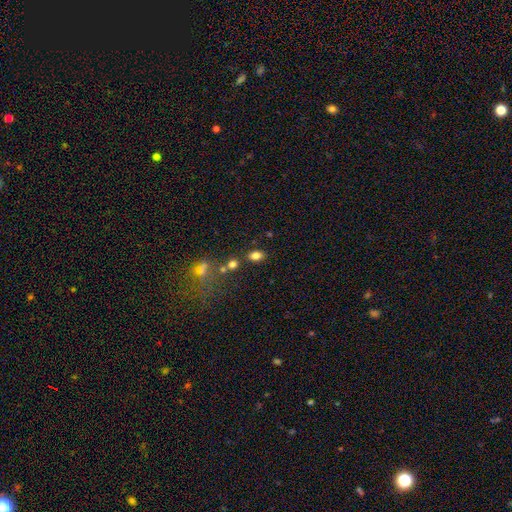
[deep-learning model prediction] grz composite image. It shows a smooth galaxy with no disk features (80%) that is in between round and cigar-shaped (77%). Merging: none (76%).